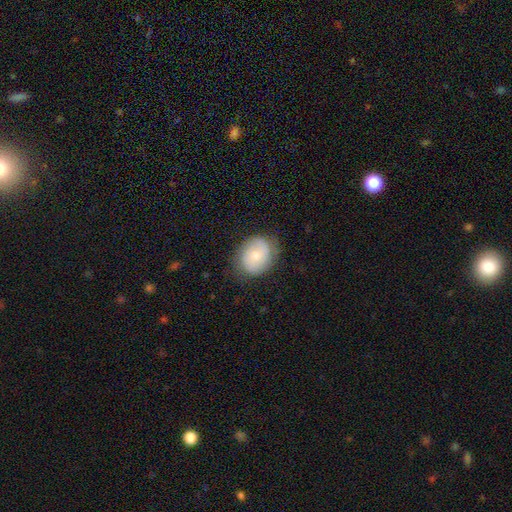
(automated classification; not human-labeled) Smooth or featured?
  - smooth: 63% *
  - featured or disk: 30%
  - star or artifact: 7%
How rounded?
  - round: 61% *
  - in between: 38%
  - cigar-shaped: 1%
Merging?
  - none: 76% *
  - minor disturbance: 18%
  - major disturbance: 5%
  - merger: 1%